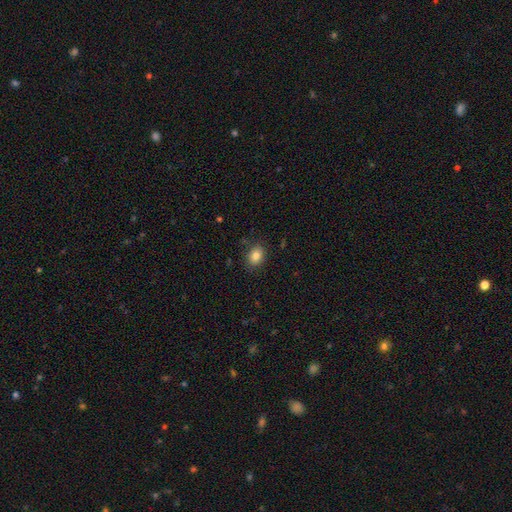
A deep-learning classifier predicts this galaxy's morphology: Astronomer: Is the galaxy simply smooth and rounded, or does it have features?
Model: smooth — 84%.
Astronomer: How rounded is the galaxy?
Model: in between — 63%.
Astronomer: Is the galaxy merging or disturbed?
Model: none — 85%.